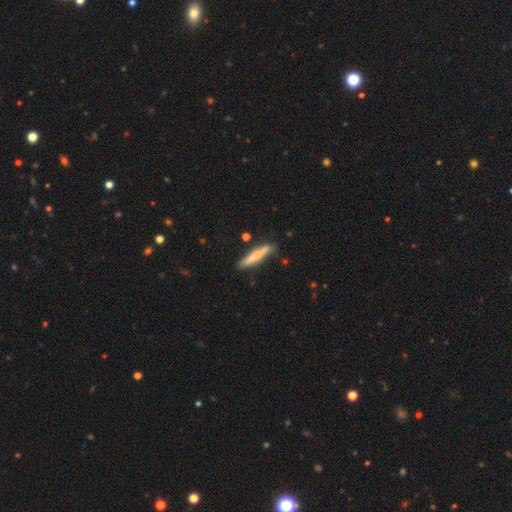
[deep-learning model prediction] smooth_or_featured: smooth (p=0.67) [alt: featured or disk p=0.27]
how_rounded: cigar-shaped (p=0.93) [alt: in between p=0.06]
merging: none (p=0.81) [alt: minor disturbance p=0.13]